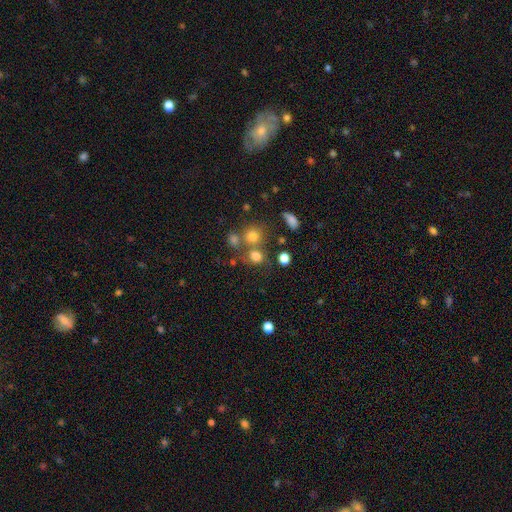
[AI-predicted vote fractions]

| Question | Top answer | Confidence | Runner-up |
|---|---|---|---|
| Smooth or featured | smooth | 74% | star or artifact (16%) |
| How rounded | round | 76% | in between (23%) |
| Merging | none | 55% | merger (27%) |